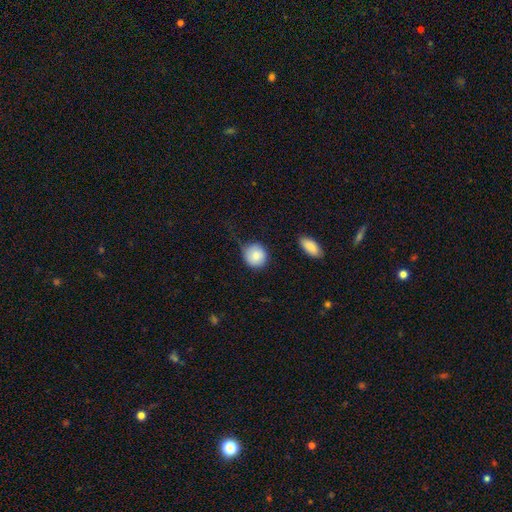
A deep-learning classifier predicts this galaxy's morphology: This appears to be a smooth galaxy with no disk features (81%) that is round (90%). Merging: none (54%).